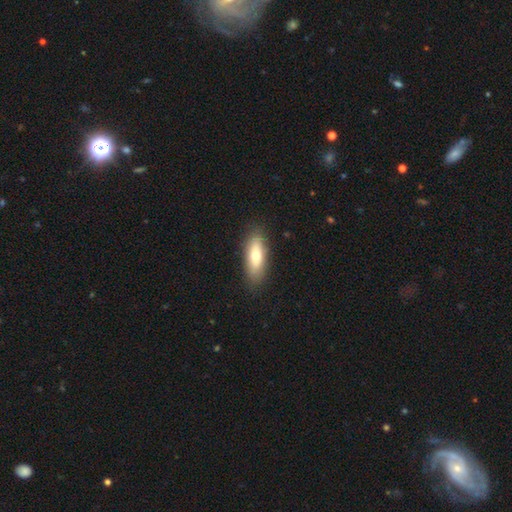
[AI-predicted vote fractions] This appears to be a smooth galaxy with no disk features (69%) that is in between round and cigar-shaped (70%). Merging: none (85%).